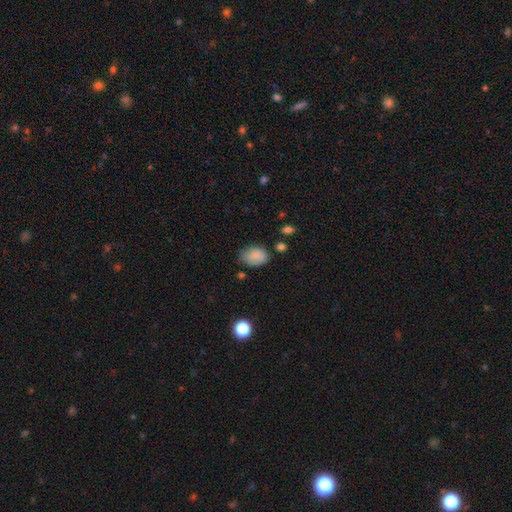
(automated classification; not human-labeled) Smooth or featured: smooth — 85% (star or artifact — 9%)
How rounded: in between — 73% (round — 26%)
Merging: none — 63% (minor disturbance — 28%)